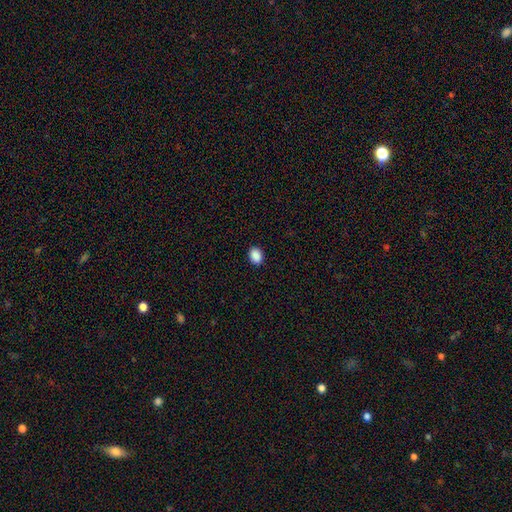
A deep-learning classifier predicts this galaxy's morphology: type=smooth (90%); roundness=in between (68%); merging=none (90%).